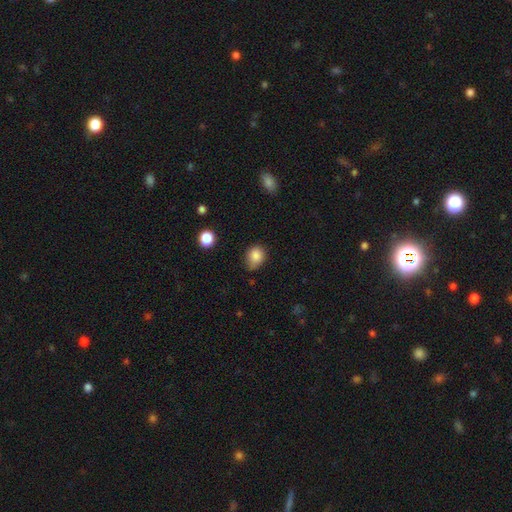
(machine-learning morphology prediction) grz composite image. It shows a smooth galaxy with no disk features (84%) that is round (54%). Merging: none (61%).